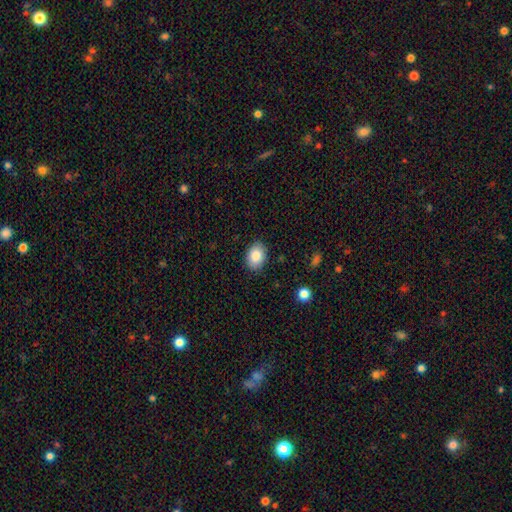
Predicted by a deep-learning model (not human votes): Overall: smooth (86%). How rounded: in between (72%). Merging: none (87%).